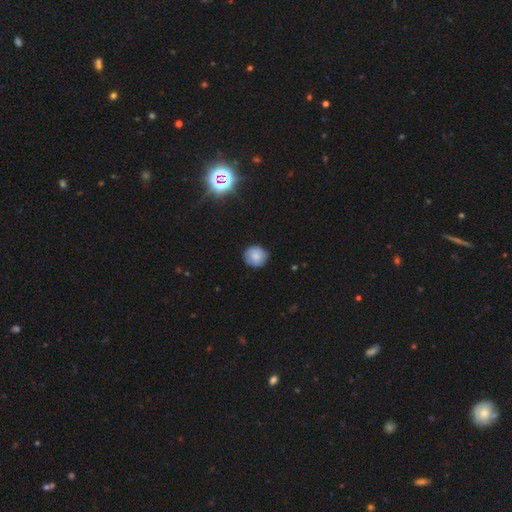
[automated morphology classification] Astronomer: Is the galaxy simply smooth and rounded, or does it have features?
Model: smooth — 77%.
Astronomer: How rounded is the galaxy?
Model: round — 89%.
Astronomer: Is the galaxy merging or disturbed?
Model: none — 81%.